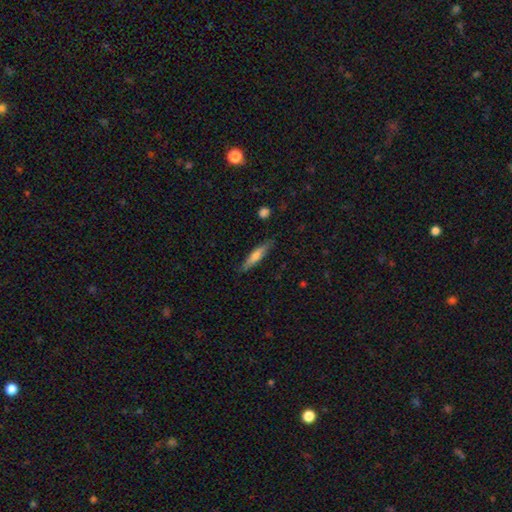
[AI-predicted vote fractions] smooth 63%, featured or disk 31%, star or artifact 6%. Down the decision tree: how rounded — cigar-shaped (81%); merging — none (82%).